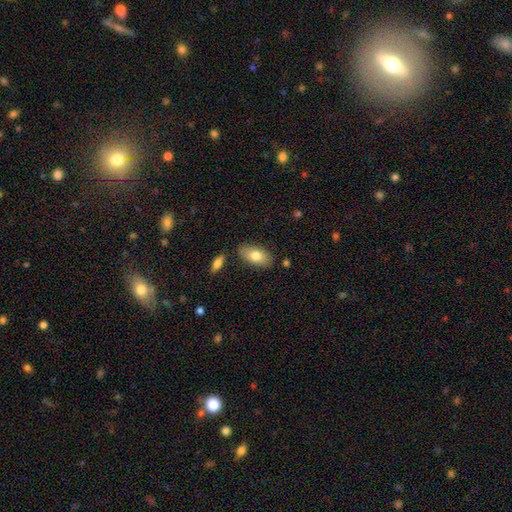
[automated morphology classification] Q: Smooth or featured?
A: smooth (77%); runner-up: featured or disk (17%)
Q: How rounded?
A: in between (91%); runner-up: cigar-shaped (5%)
Q: Merging?
A: none (82%); runner-up: minor disturbance (12%)